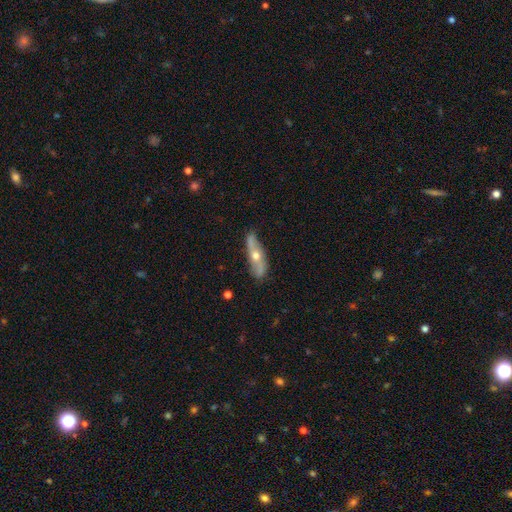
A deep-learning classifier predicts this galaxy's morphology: smooth-or-featured: featured or disk: 59% | smooth: 35% | star or artifact: 6%
  disk-edge-on: no: 52% | yes: 48%
  merging: none: 74% | minor disturbance: 20% | major disturbance: 4% | merger: 2%